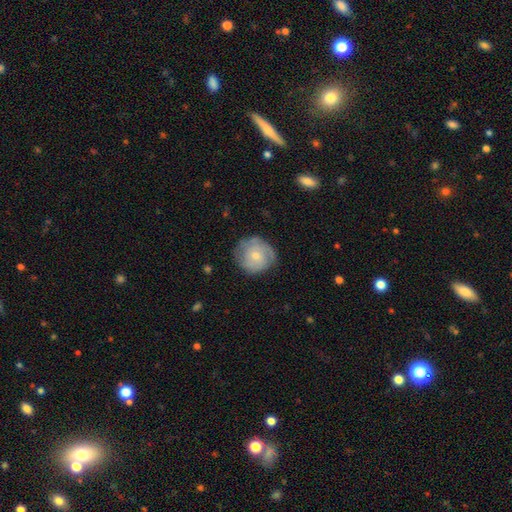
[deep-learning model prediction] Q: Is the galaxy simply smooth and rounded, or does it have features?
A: smooth — 55%.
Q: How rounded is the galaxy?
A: round — 91%.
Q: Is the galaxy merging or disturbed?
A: none — 71%.